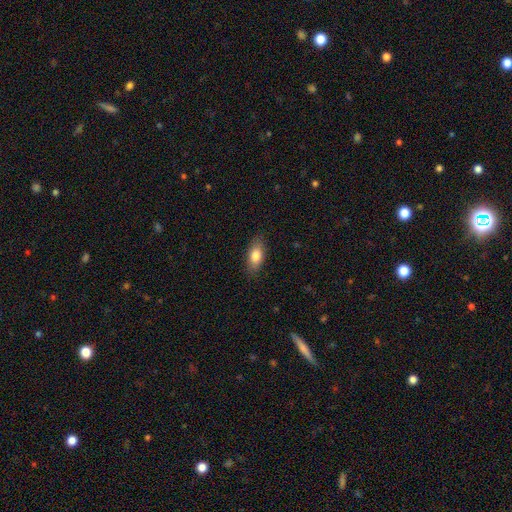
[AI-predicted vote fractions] Smooth or featured?
  - smooth: 81% *
  - featured or disk: 12%
  - star or artifact: 7%
How rounded?
  - in between: 86% *
  - cigar-shaped: 10%
  - round: 4%
Merging?
  - none: 85% *
  - minor disturbance: 11%
  - major disturbance: 3%
  - merger: 1%